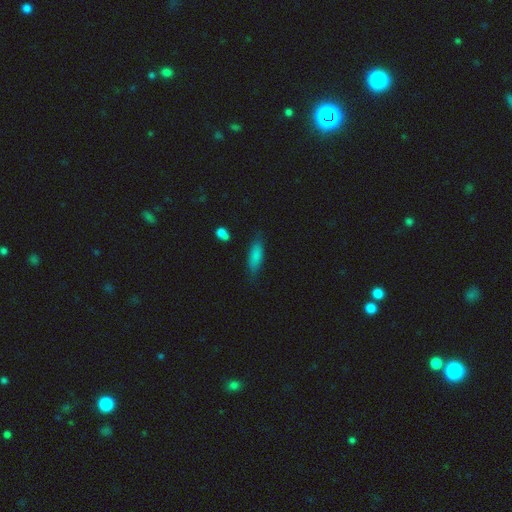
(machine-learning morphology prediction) Smooth or featured?
  - smooth: 82% *
  - featured or disk: 11%
  - star or artifact: 7%
How rounded?
  - in between: 56% *
  - cigar-shaped: 42%
  - round: 2%
Merging?
  - none: 78% *
  - minor disturbance: 16%
  - major disturbance: 4%
  - merger: 2%